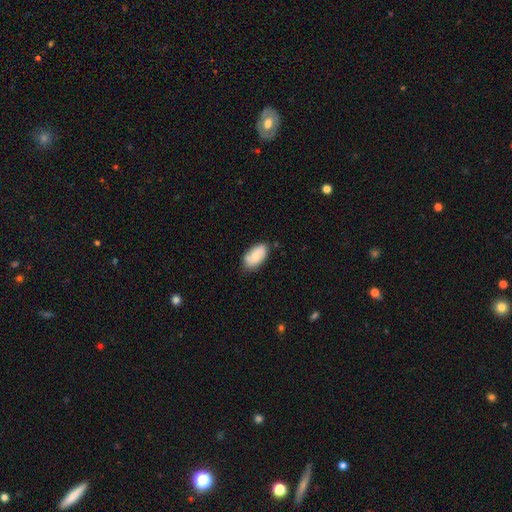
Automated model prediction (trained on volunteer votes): Smooth or featured: smooth — 62% (featured or disk — 31%)
How rounded: in between — 93% (round — 5%)
Merging: none — 72% (minor disturbance — 21%)